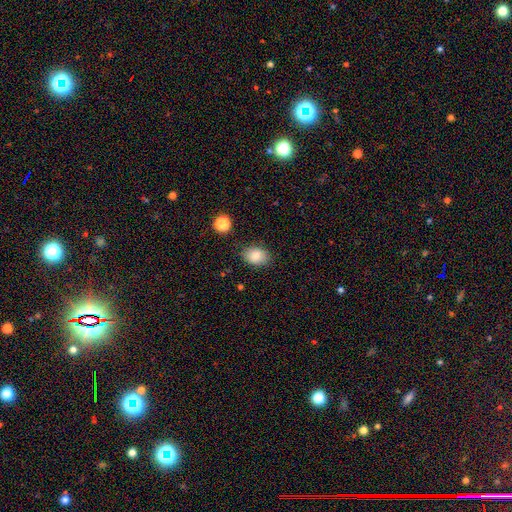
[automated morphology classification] Overall: smooth (85%). How rounded: in between (75%). Merging: none (82%).